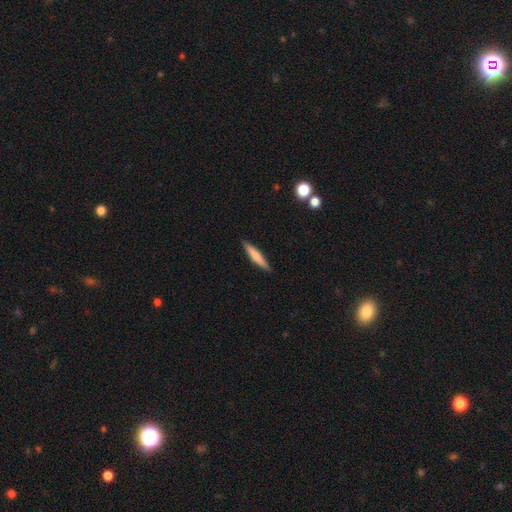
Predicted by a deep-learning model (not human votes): A smooth galaxy with no disk features (63%) that is cigar-shaped (90%).

Vote fractions:
- Smooth or featured? smooth: 63% / featured or disk: 31% / star or artifact: 6%
- How rounded? cigar-shaped: 90% / in between: 8% / round: 1%
- Merging? none: 90% / minor disturbance: 7% / major disturbance: 1% / merger: 1%